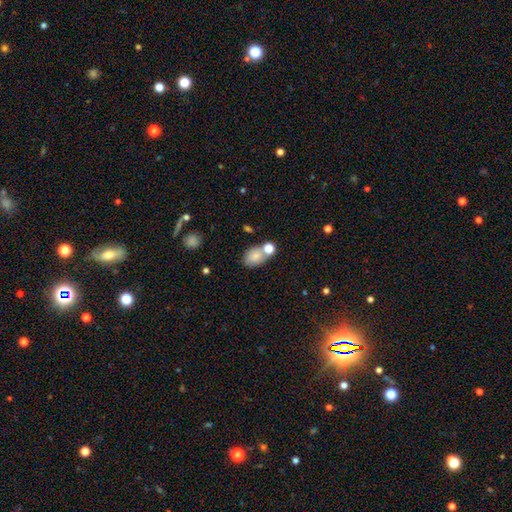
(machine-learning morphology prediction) This is likely a smooth galaxy (79%). How rounded: likely in between (77%). Merging: possibly none (52%).